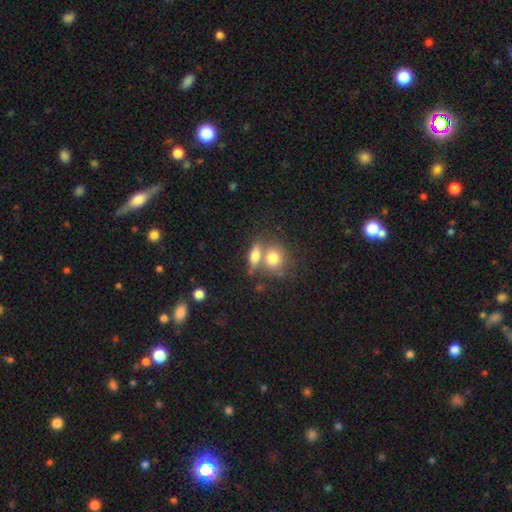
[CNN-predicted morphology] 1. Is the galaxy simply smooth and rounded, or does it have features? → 75% smooth, 17% featured or disk, 8% star or artifact.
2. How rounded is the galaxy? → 64% in between, 25% round, 12% cigar-shaped.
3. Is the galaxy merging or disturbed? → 46% merger, 40% none, 10% minor disturbance, 4% major disturbance.